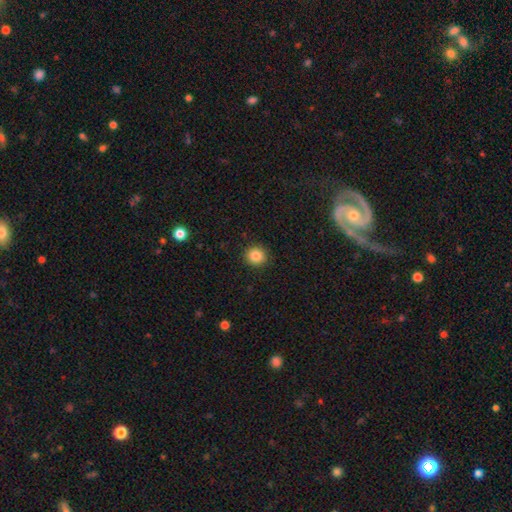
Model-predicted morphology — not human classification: A smooth galaxy with no disk features (85%) that is round (91%). Merging: none (92%).